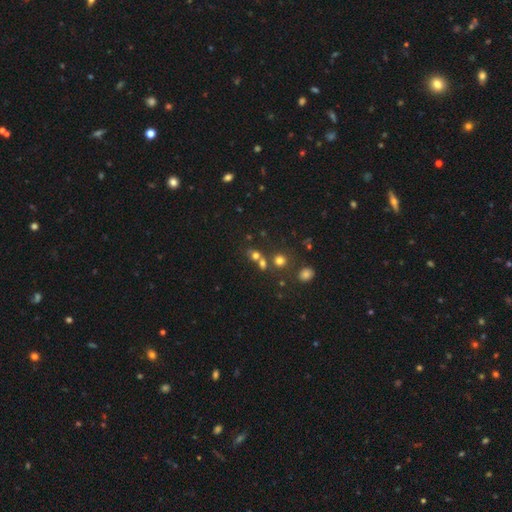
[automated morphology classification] Smooth or featured? smooth (63%)
How rounded? round (73%)
Merging? none (47%)